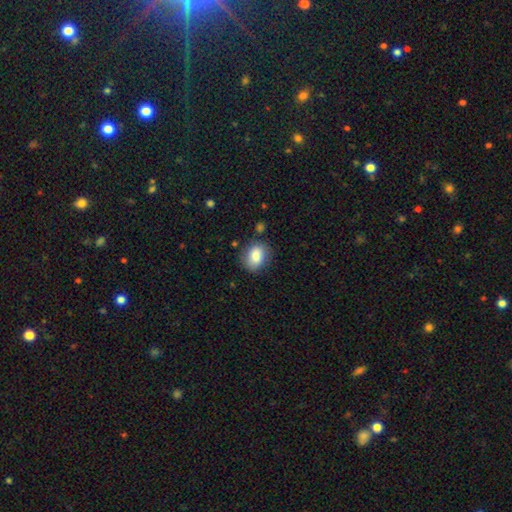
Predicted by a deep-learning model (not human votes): smooth 84%, star or artifact 8%, featured or disk 8%. Down the decision tree: how rounded — in between (59%); merging — none (79%).